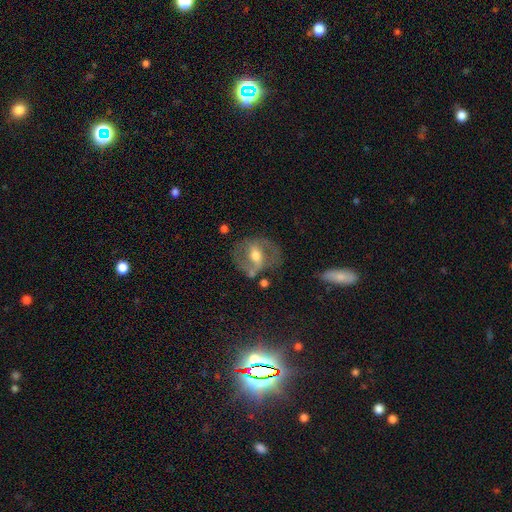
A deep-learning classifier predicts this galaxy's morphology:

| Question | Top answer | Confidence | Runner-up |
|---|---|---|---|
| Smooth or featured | featured or disk | 73% | smooth (20%) |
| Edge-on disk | no | 94% | yes (6%) |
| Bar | strong | 43% | weak (38%) |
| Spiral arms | yes | 71% | no (29%) |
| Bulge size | moderate | 72% | small (19%) |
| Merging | none | 69% | minor disturbance (18%) |